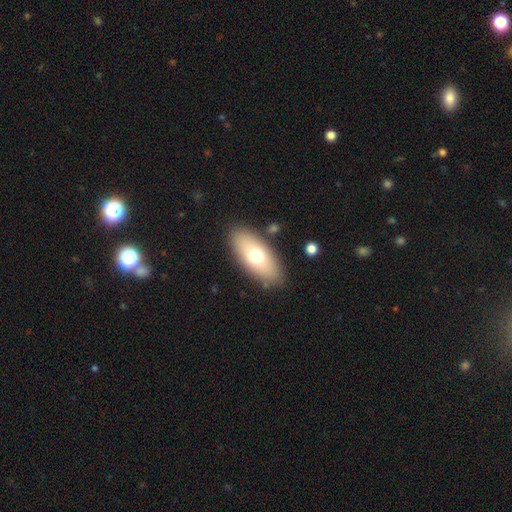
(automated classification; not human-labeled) Smooth or featured: smooth — 67% (featured or disk — 25%)
How rounded: in between — 86% (cigar-shaped — 10%)
Merging: none — 84% (minor disturbance — 10%)